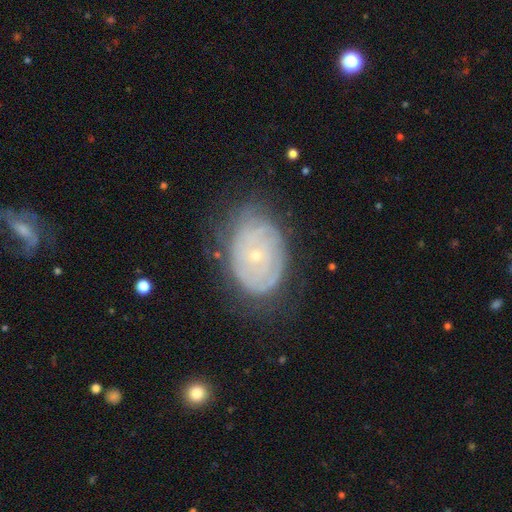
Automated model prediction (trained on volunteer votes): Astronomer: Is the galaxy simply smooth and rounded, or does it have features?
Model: featured or disk — 70%.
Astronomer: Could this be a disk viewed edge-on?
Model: no — 95%.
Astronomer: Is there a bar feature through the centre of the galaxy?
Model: no — 85%.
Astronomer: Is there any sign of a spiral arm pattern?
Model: yes — 74%.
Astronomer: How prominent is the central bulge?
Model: small — 82%.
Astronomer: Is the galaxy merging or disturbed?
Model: none — 69%.